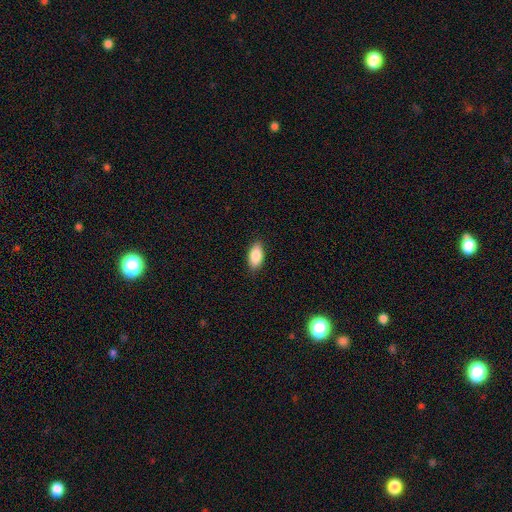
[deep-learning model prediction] A smooth galaxy with no disk features (87%) that is in between round and cigar-shaped (93%).

Vote fractions:
- Smooth or featured? smooth: 87% / star or artifact: 7% / featured or disk: 6%
- How rounded? in between: 93% / cigar-shaped: 4% / round: 3%
- Merging? none: 88% / minor disturbance: 9% / major disturbance: 2% / merger: 1%